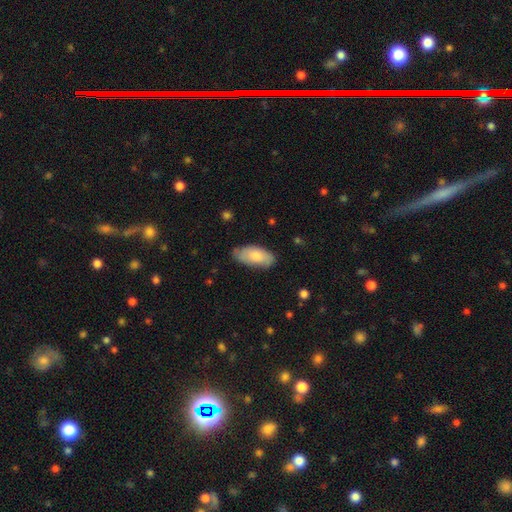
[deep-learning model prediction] smooth-or-featured: smooth: 78% | featured or disk: 16% | star or artifact: 6%
  how-rounded: in between: 90% | cigar-shaped: 8% | round: 2%
  merging: none: 73% | minor disturbance: 22% | major disturbance: 4% | merger: 2%